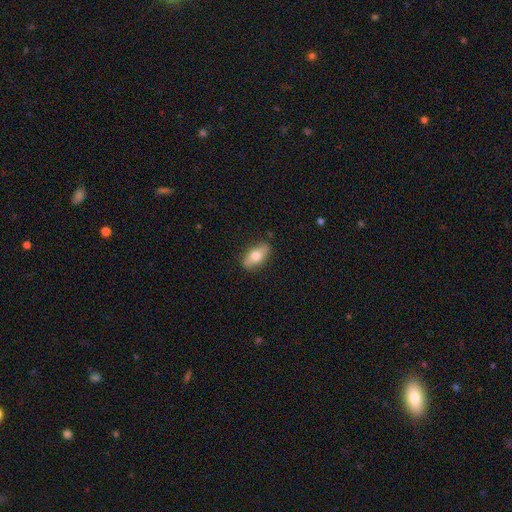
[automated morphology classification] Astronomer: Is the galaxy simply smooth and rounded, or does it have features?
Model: smooth — 68%.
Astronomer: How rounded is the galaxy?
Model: in between — 79%.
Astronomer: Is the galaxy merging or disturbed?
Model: none — 85%.